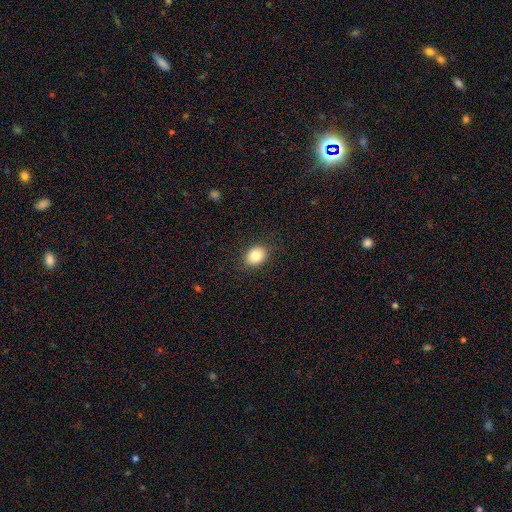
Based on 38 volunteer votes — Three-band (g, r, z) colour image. It shows a smooth galaxy with no disk features (82%) that is in between round and cigar-shaped (77%). Merging: none (97%).